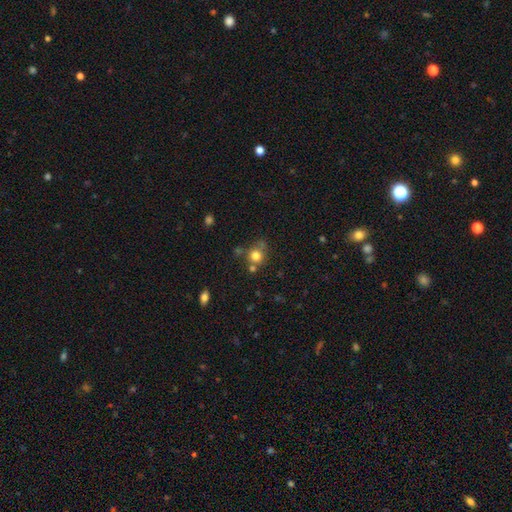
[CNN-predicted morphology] The model was most divided on "merging": none: 62%, merger: 20%, minor disturbance: 13%, major disturbance: 5%. More confident: how rounded — round (86%); smooth or featured — smooth (77%).